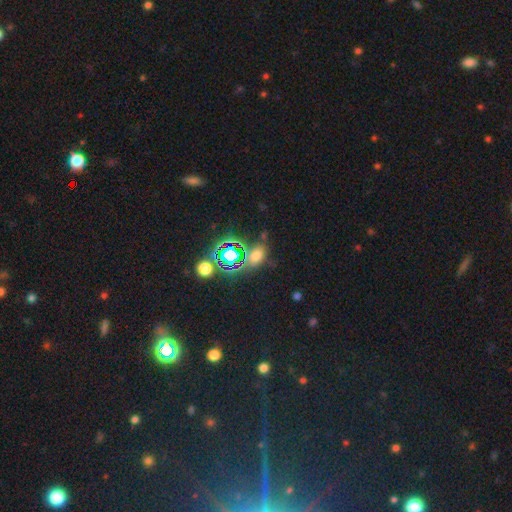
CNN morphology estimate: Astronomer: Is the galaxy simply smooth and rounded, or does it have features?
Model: smooth — 50% (runner-up: star or artifact, 41%).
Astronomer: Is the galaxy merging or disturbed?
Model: none — 68%.